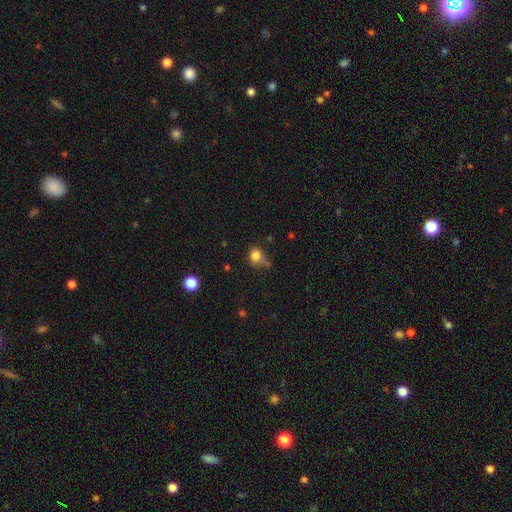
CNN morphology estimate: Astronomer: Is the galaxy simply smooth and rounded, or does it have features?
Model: smooth — 80%.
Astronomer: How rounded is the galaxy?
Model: round — 73%.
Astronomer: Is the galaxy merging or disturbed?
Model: none — 49% (runner-up: minor disturbance, 27%).